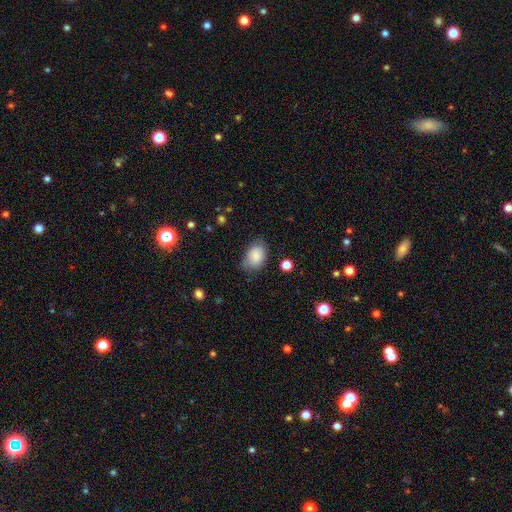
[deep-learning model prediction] This is clearly a smooth galaxy (85%). How rounded: likely in between (80%). Merging: likely none (67%).